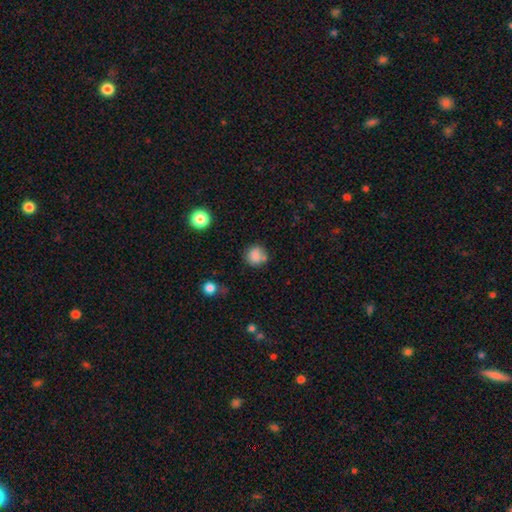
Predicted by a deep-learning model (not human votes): Smooth or featured: smooth — 82% (star or artifact — 11%)
How rounded: round — 87% (in between — 12%)
Merging: none — 68% (minor disturbance — 16%)